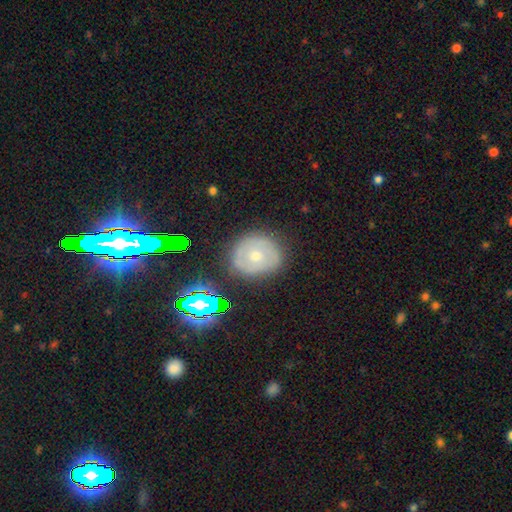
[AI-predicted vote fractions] Smooth or featured? smooth (44%)
Merging? none (78%)